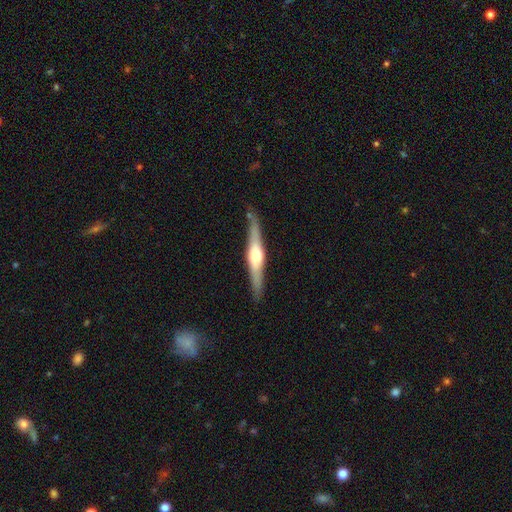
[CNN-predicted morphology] featured or disk 71%, smooth 24%, star or artifact 5%. Down the decision tree: edge-on disk — yes (97%); edge-on bulge — rounded (85%); merging — none (86%).